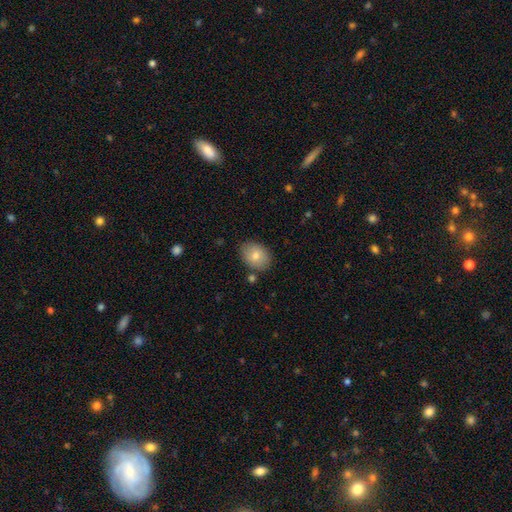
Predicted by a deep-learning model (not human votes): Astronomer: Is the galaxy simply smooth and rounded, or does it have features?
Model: smooth — 78%.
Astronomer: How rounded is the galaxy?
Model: in between — 68%.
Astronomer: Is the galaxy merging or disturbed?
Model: none — 80%.